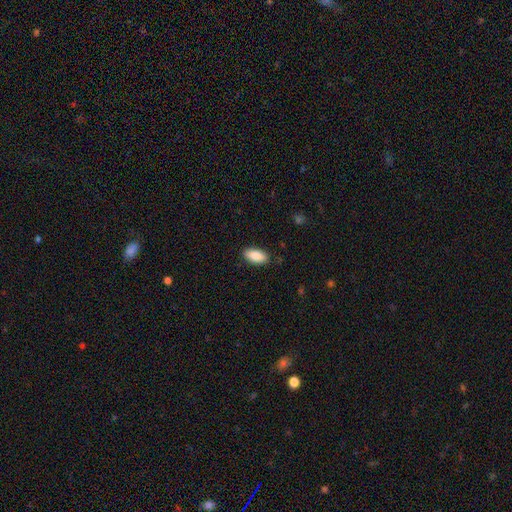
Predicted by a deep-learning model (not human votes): Overall: smooth (88%). How rounded: in between (91%). Merging: none (87%).